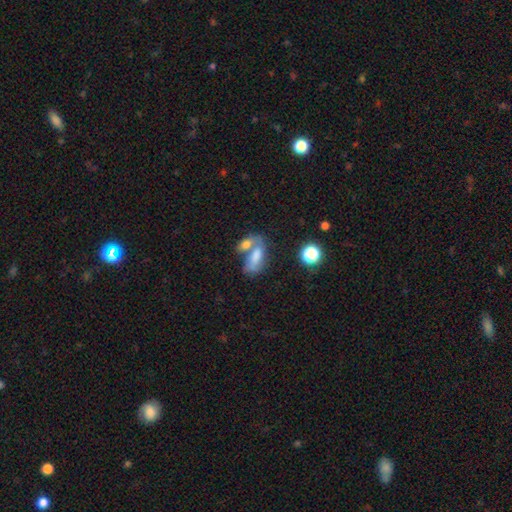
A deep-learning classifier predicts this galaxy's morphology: A smooth galaxy with no disk features (62%) that is in between round and cigar-shaped (80%).

Vote fractions:
- Smooth or featured? smooth: 62% / featured or disk: 26% / star or artifact: 12%
- How rounded? in between: 80% / cigar-shaped: 12% / round: 7%
- Merging? merger: 51% / none: 29% / minor disturbance: 11% / major disturbance: 8%